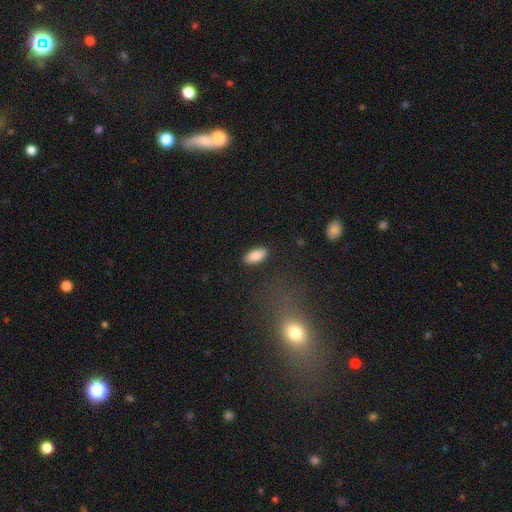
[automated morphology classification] Q: Smooth or featured?
A: smooth (87%); runner-up: featured or disk (7%)
Q: How rounded?
A: in between (91%); runner-up: cigar-shaped (7%)
Q: Merging?
A: none (89%); runner-up: minor disturbance (8%)